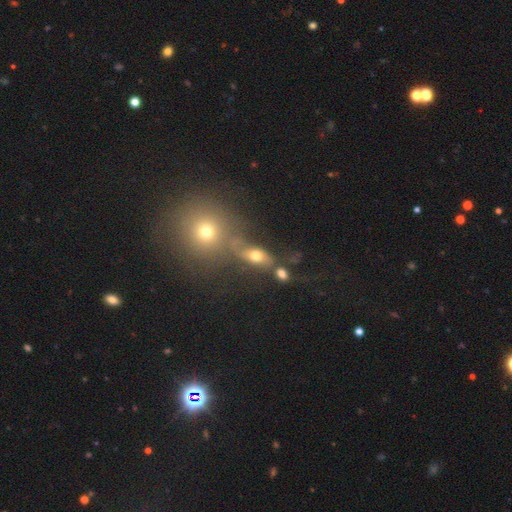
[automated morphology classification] Smooth or featured: smooth — 57% (featured or disk — 26%)
How rounded: in between — 68% (round — 22%)
Merging: none — 48% (merger — 27%)